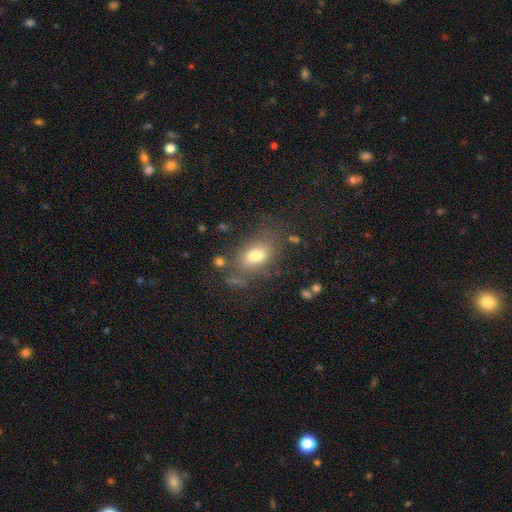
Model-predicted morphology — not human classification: Smooth or featured: smooth — 74% (featured or disk — 15%)
How rounded: in between — 79% (round — 18%)
Merging: none — 66% (minor disturbance — 18%)